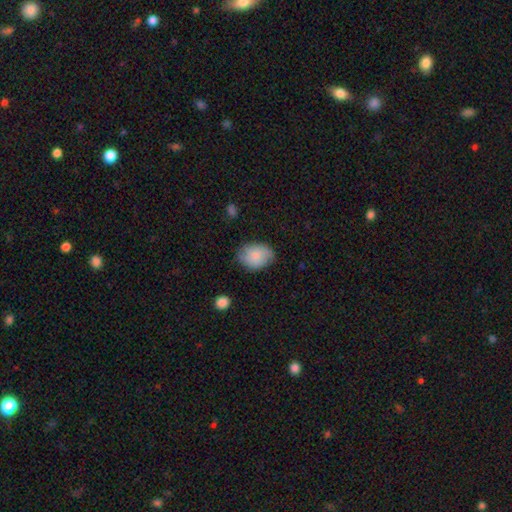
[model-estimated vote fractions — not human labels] Q: Smooth or featured?
A: smooth (80%); runner-up: featured or disk (13%)
Q: How rounded?
A: in between (68%); runner-up: round (31%)
Q: Merging?
A: none (74%); runner-up: minor disturbance (21%)